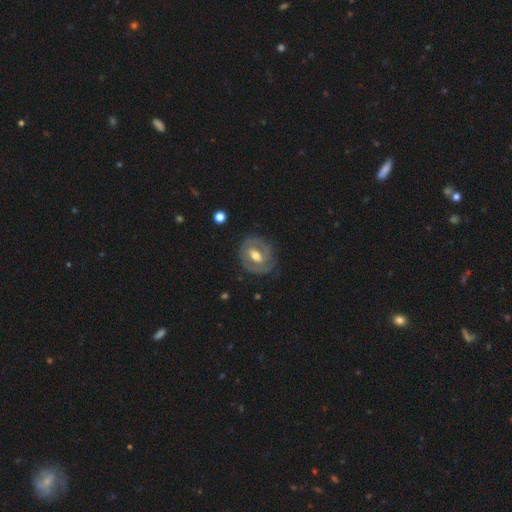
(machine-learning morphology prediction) This is likely a featured or disk galaxy (74%). It is clearly not viewed edge-on (95%). Bar: marginally weak (45%). Spiral arm pattern: likely yes (66%). Central bulge: likely moderate (74%). Merging: likely none (77%).